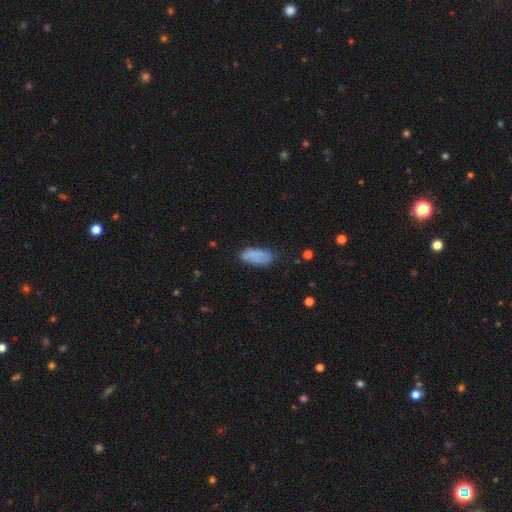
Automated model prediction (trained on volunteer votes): Smooth or featured: smooth — 79% (featured or disk — 13%)
How rounded: in between — 84% (cigar-shaped — 14%)
Merging: none — 68% (minor disturbance — 24%)